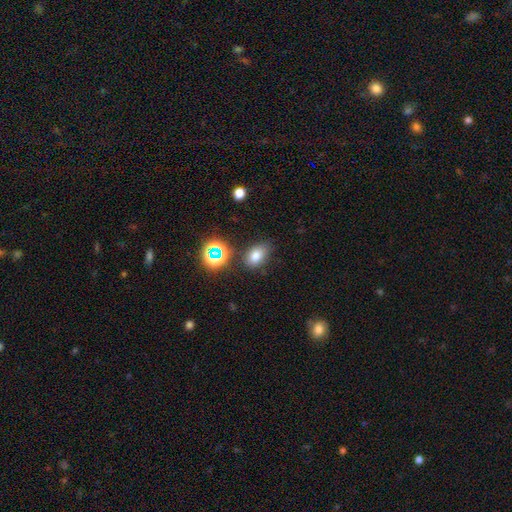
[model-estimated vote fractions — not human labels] smooth-or-featured: smooth: 74% | star or artifact: 17% | featured or disk: 9%
  how-rounded: in between: 80% | round: 18% | cigar-shaped: 2%
  merging: none: 73% | minor disturbance: 18% | merger: 5% | major disturbance: 5%